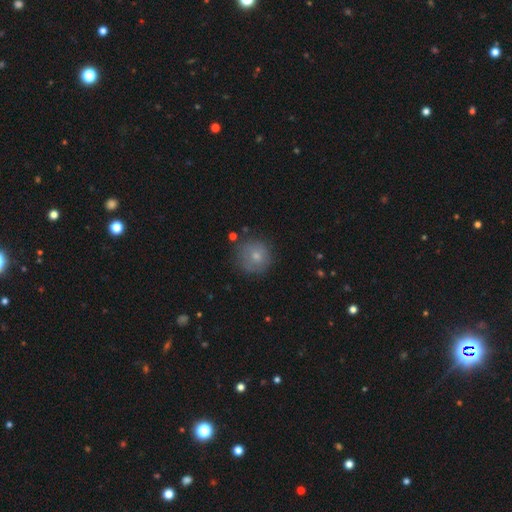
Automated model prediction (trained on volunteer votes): A smooth galaxy with no disk features (71%) that is round (92%).

Vote fractions:
- Smooth or featured? smooth: 71% / featured or disk: 18% / star or artifact: 11%
- How rounded? round: 92% / in between: 7% / cigar-shaped: 1%
- Merging? none: 73% / minor disturbance: 18% / major disturbance: 6% / merger: 3%